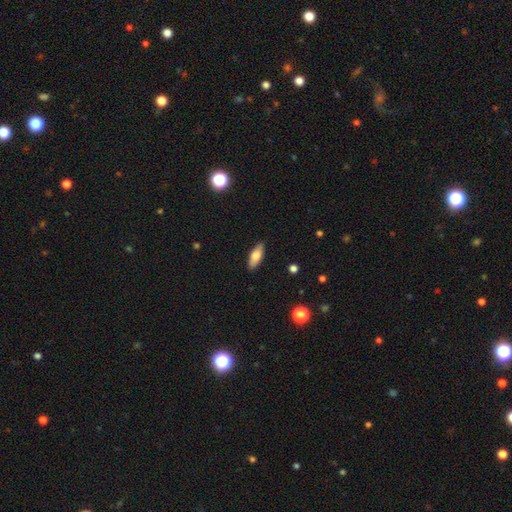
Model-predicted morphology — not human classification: Overall: smooth (73%). How rounded: in between (71%). Merging: none (88%).